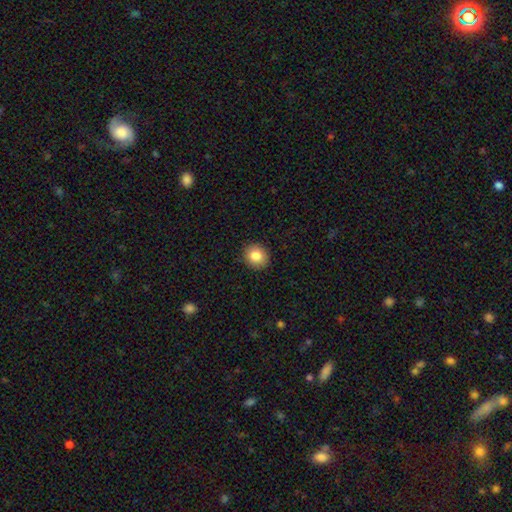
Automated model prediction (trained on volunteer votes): Overall: smooth (84%). How rounded: round (79%). Merging: none (91%).